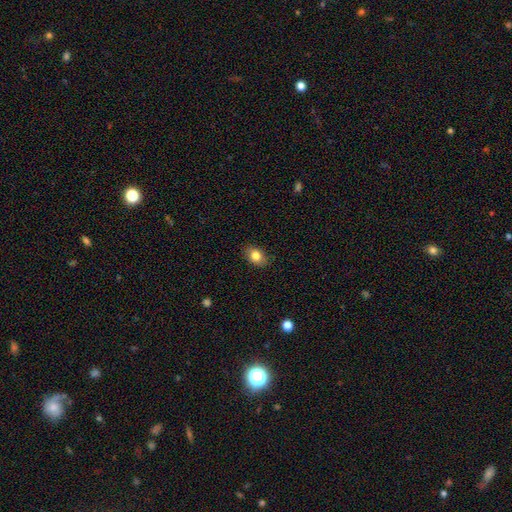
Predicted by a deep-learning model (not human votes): smooth_or_featured: smooth (p=0.82) [alt: featured or disk p=0.09]
how_rounded: in between (p=0.76) [alt: round p=0.22]
merging: none (p=0.87) [alt: minor disturbance p=0.10]